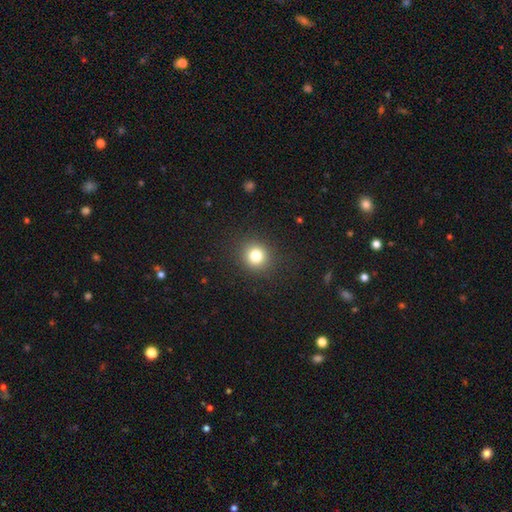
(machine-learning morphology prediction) smooth_or_featured: smooth (p=0.80) [alt: star or artifact p=0.13]
how_rounded: round (p=0.90) [alt: in between p=0.10]
merging: none (p=0.90) [alt: minor disturbance p=0.06]